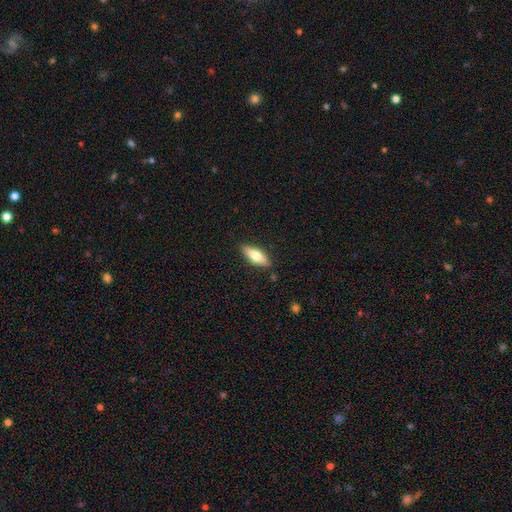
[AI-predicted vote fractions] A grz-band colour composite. It shows a smooth galaxy with no disk features (66%) that is in between round and cigar-shaped (63%). Merging: none (86%).